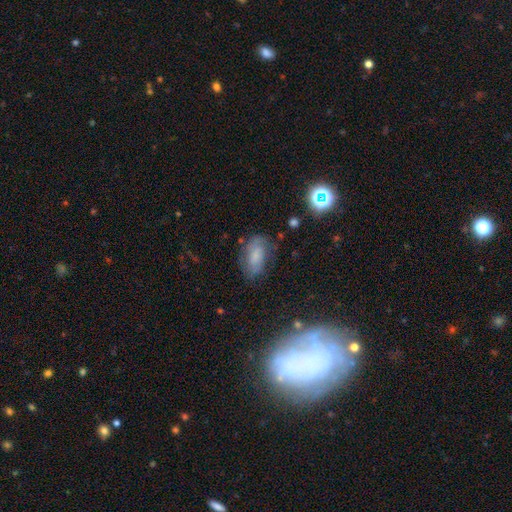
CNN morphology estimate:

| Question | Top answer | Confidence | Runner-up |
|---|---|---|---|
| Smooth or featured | smooth | 60% | featured or disk (27%) |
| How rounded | in between | 89% | round (5%) |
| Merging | none | 64% | minor disturbance (24%) |